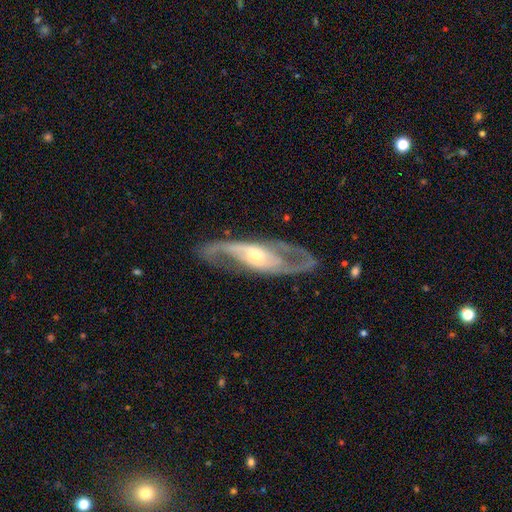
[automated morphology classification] type=featured or disk (89%); edge-on=no (89%); bar=no (47%); spiral arms=yes (94%); winding=medium (49%); arm count=2 (91%); bulge=small (52%); merging=none (78%).